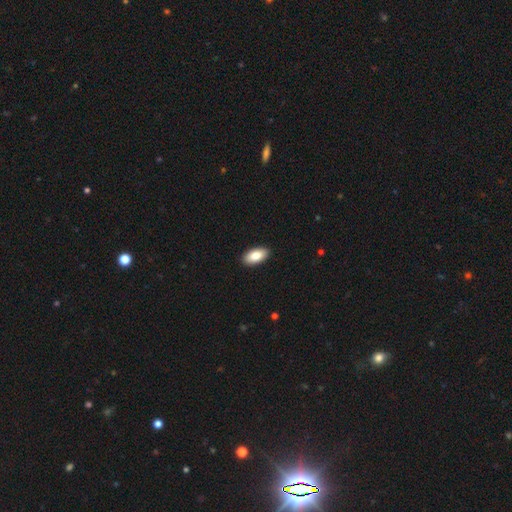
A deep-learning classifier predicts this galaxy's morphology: smooth_or_featured: smooth (p=0.85) [alt: featured or disk p=0.09]
how_rounded: in between (p=0.92) [alt: cigar-shaped p=0.05]
merging: none (p=0.91) [alt: minor disturbance p=0.07]